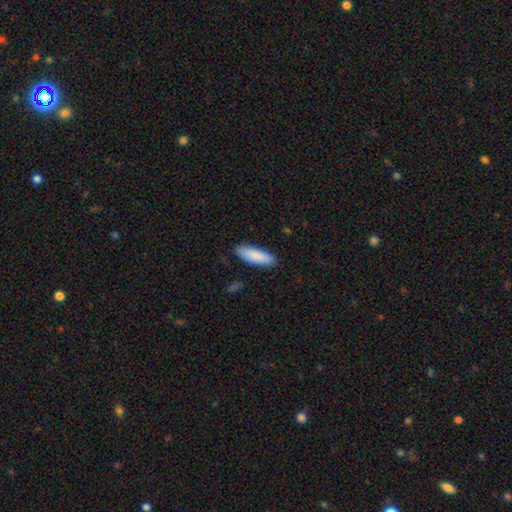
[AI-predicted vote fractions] Smooth or featured: smooth — 87% (featured or disk — 8%)
How rounded: cigar-shaped — 56% (in between — 42%)
Merging: none — 88% (minor disturbance — 9%)